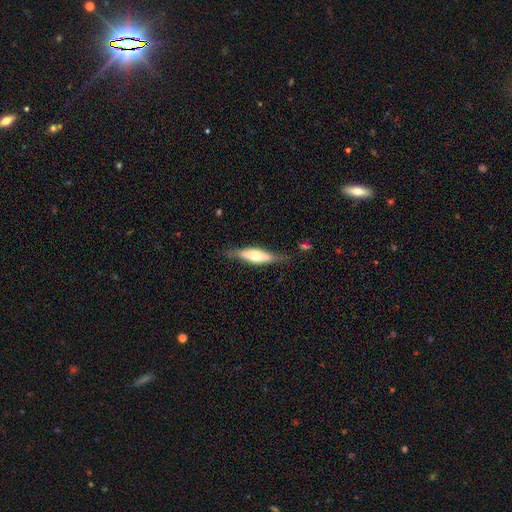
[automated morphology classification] The model was most divided on "smooth or featured": featured or disk: 51%, smooth: 43%, star or artifact: 6%. More confident: edge-on disk — yes (84%); merging — none (74%).